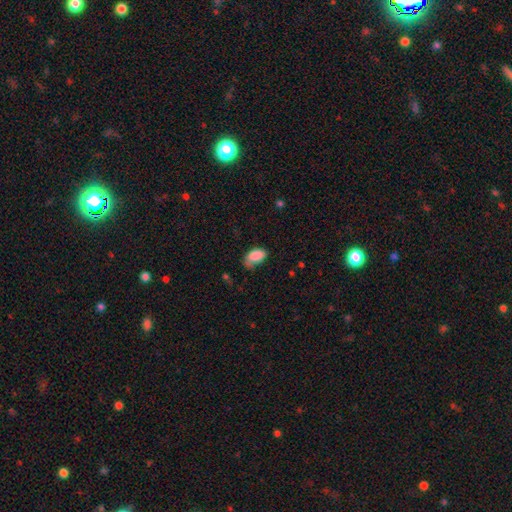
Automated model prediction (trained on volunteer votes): A smooth galaxy with no disk features (86%) that is in between round and cigar-shaped (93%). Merging: none (49%).